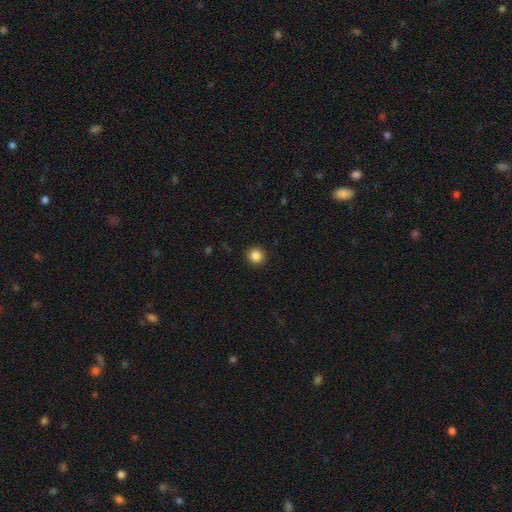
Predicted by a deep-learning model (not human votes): Morphology: type=smooth (86%); roundness=round (94%); merging=none (92%).